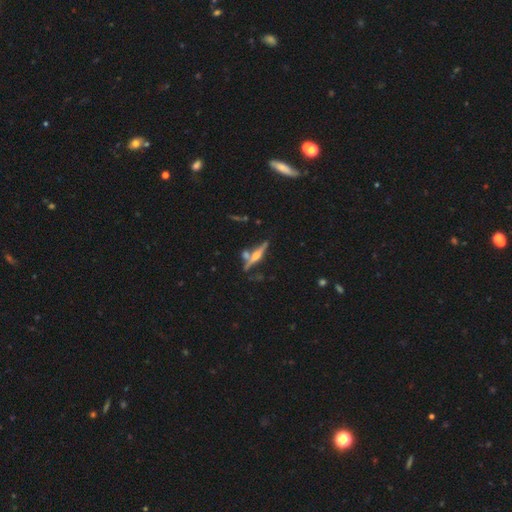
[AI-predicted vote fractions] smooth-or-featured: featured or disk: 75% | smooth: 18% | star or artifact: 7%
  disk-edge-on: yes: 96% | no: 4%
    edge-on-bulge: rounded: 91% | boxy: 5% | none: 4%
  merging: none: 71% | merger: 14% | minor disturbance: 12% | major disturbance: 3%